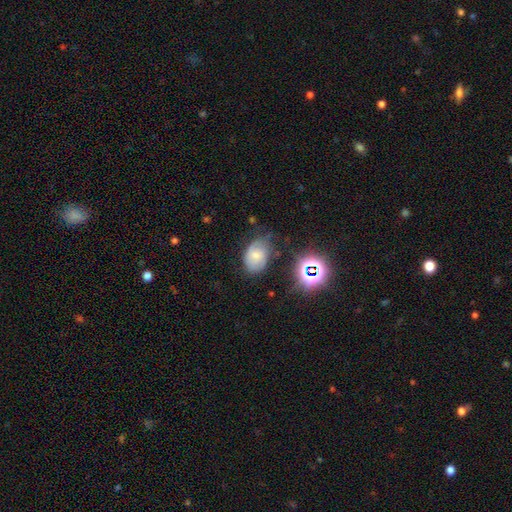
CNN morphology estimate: Overall: smooth (56%; featured or disk 28%). How rounded: in between (77%). Merging: none (53%; minor disturbance 33%).